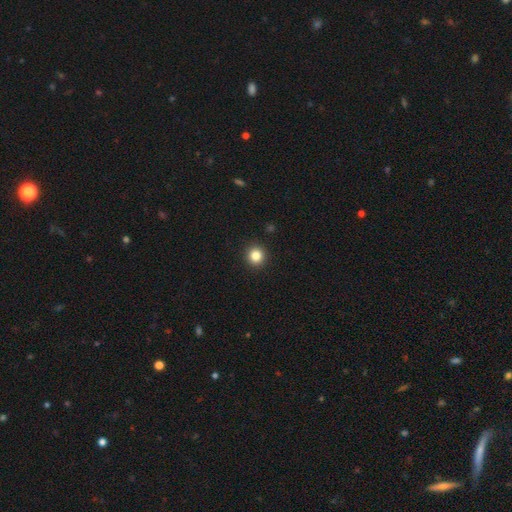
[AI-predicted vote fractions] smooth-or-featured: smooth: 84% | star or artifact: 11% | featured or disk: 4%
  how-rounded: round: 92% | in between: 7% | cigar-shaped: 1%
  merging: none: 93% | minor disturbance: 5% | major disturbance: 2% | merger: 1%